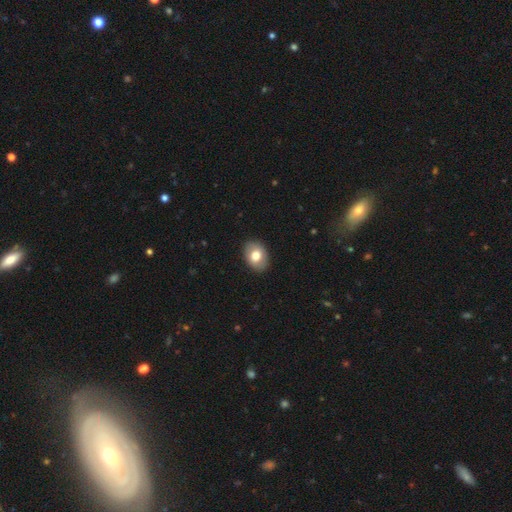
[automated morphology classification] type=smooth (74%); roundness=in between (74%); merging=none (88%).